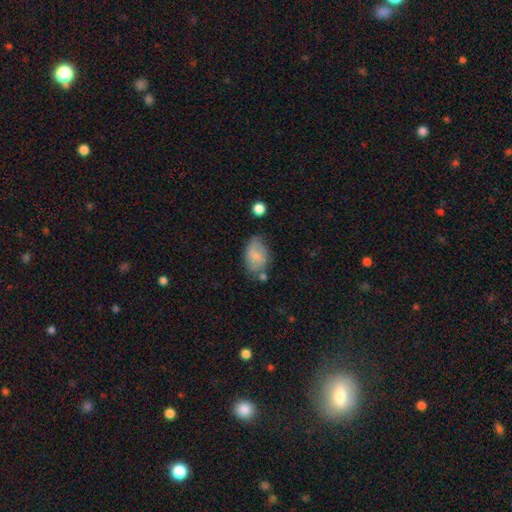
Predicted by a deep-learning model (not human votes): smooth_or_featured: smooth (p=0.67) [alt: featured or disk p=0.25]
how_rounded: in between (p=0.85) [alt: round p=0.13]
merging: none (p=0.50) [alt: minor disturbance p=0.31]